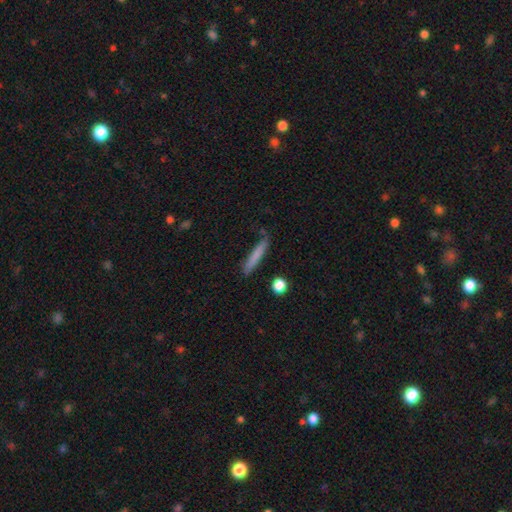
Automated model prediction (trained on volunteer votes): Smooth or featured? Predicted: smooth (p=0.77). How rounded? Predicted: cigar-shaped (p=0.93). Merging? Predicted: none (p=0.81).